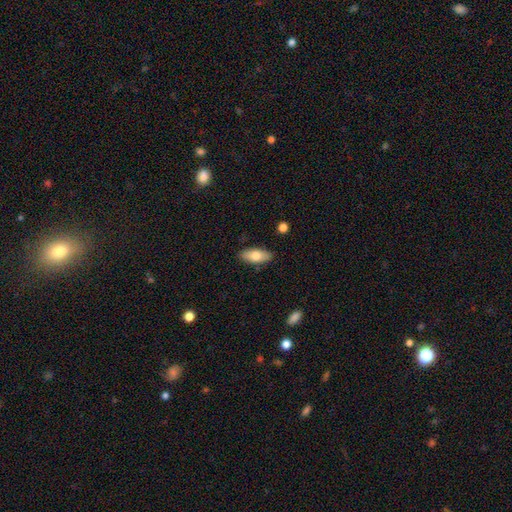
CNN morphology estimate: type=smooth (75%); roundness=in between (85%); merging=none (87%).